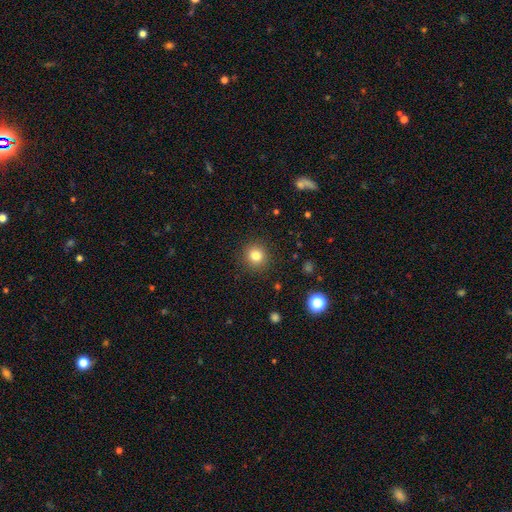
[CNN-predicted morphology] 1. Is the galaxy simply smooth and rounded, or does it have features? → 81% smooth, 12% star or artifact, 6% featured or disk.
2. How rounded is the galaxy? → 92% round, 7% in between, 1% cigar-shaped.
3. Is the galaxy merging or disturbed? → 90% none, 6% minor disturbance, 2% major disturbance, 1% merger.